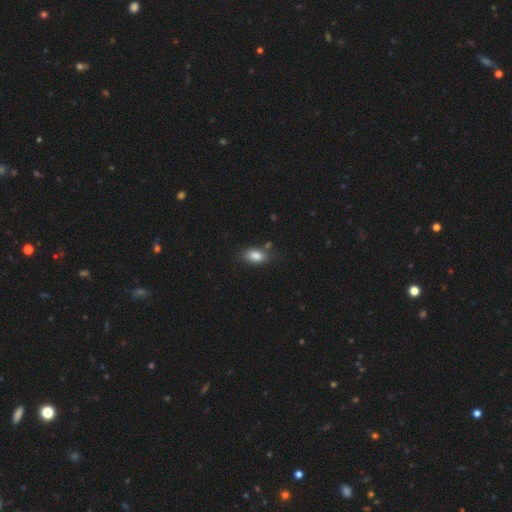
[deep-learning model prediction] Smooth or featured?
  - smooth: 85% *
  - star or artifact: 8%
  - featured or disk: 7%
How rounded?
  - in between: 90% *
  - round: 7%
  - cigar-shaped: 3%
Merging?
  - none: 76% *
  - minor disturbance: 16%
  - merger: 5%
  - major disturbance: 4%